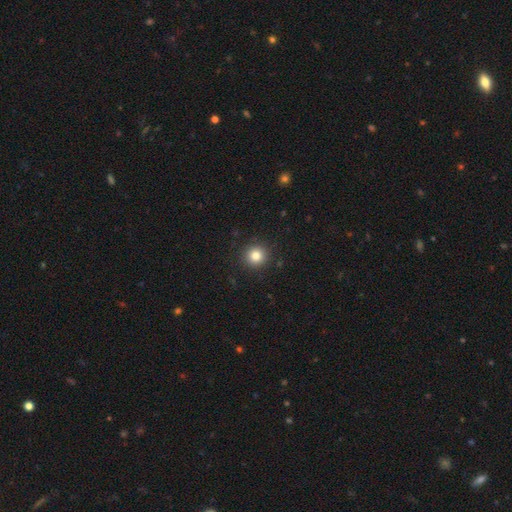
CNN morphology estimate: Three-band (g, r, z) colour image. It shows a smooth galaxy with no disk features (82%) that is round (94%). Merging: none (91%).